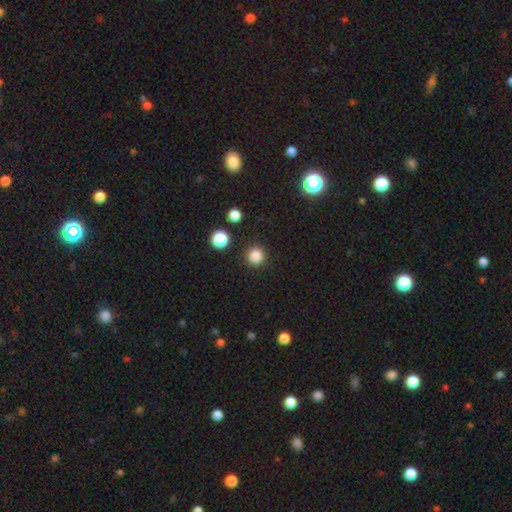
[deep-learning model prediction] smooth 85%, star or artifact 12%, featured or disk 3%. Down the decision tree: how rounded — round (94%); merging — none (90%).